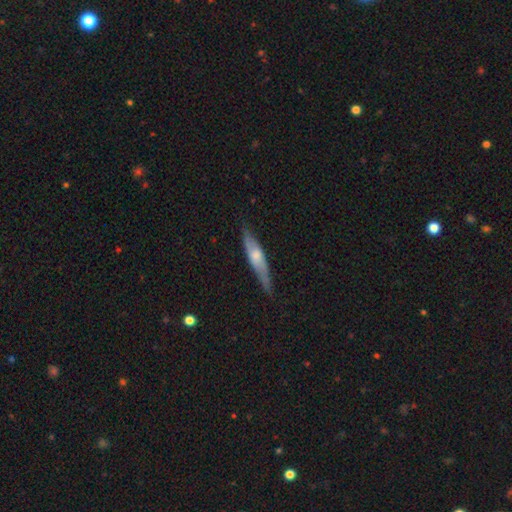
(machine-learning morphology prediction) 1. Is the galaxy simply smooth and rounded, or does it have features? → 55% featured or disk, 39% smooth, 6% star or artifact.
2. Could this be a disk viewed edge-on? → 88% yes, 12% no.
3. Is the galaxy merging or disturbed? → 80% none, 16% minor disturbance, 3% major disturbance, 1% merger.